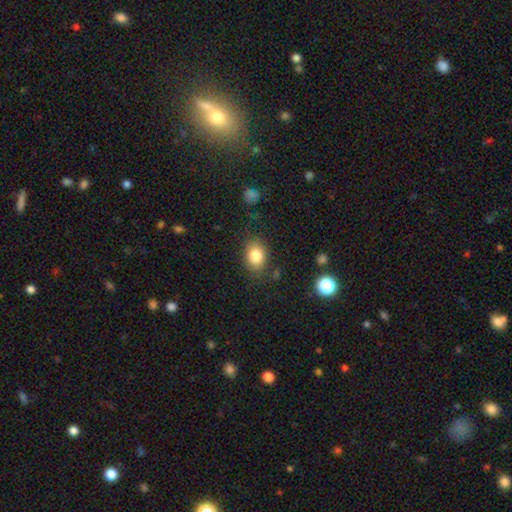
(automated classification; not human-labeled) The model was most divided on "how rounded": in between: 67%, round: 32%, cigar-shaped: 1%. More confident: smooth or featured — smooth (82%); merging — none (79%).